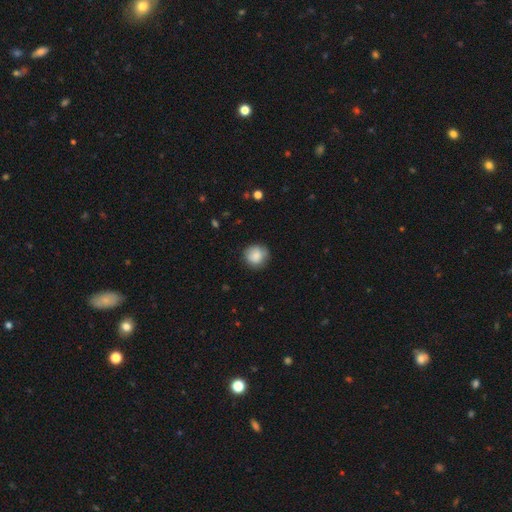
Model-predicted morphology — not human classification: Smooth or featured: smooth — 85% (star or artifact — 8%)
How rounded: round — 91% (in between — 8%)
Merging: none — 81% (minor disturbance — 15%)